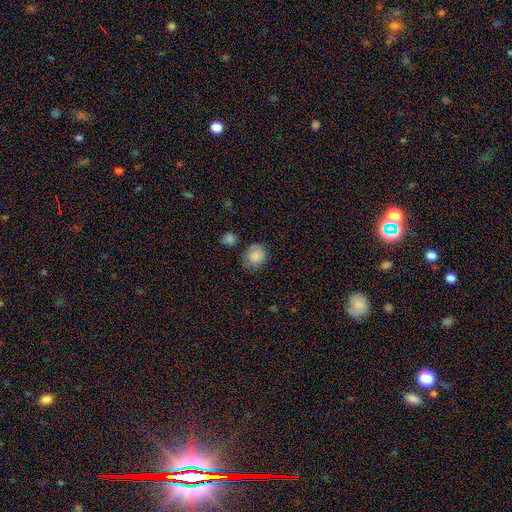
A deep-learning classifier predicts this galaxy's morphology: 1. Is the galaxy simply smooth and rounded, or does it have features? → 85% smooth, 9% star or artifact, 6% featured or disk.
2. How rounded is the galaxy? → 72% round, 27% in between, 1% cigar-shaped.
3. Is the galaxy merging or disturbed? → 69% none, 22% minor disturbance, 5% major disturbance, 5% merger.